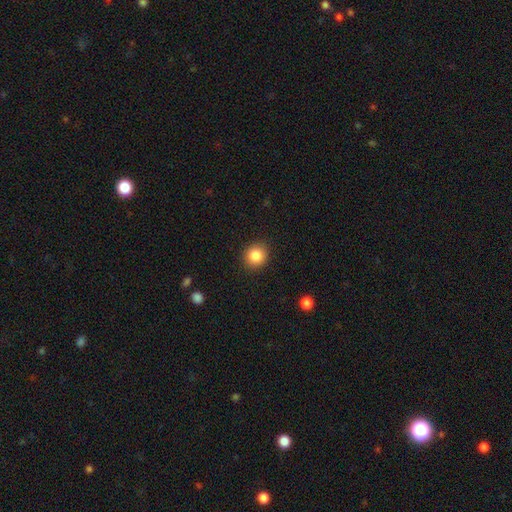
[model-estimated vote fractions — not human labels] This is clearly a smooth galaxy (86%). How rounded: clearly round (86%). Merging: clearly none (90%).